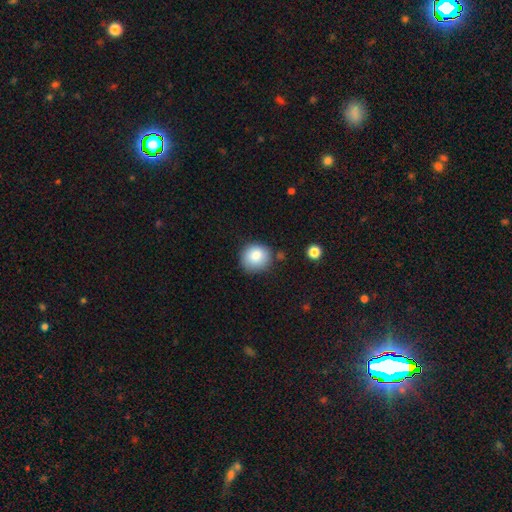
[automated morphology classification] smooth-or-featured: smooth: 86% | star or artifact: 8% | featured or disk: 6%
  how-rounded: round: 86% | in between: 14% | cigar-shaped: 1%
  merging: none: 79% | minor disturbance: 14% | merger: 4% | major disturbance: 3%